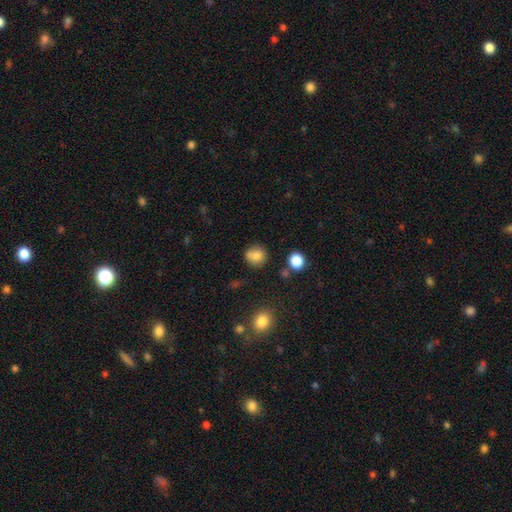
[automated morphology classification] A smooth galaxy with no disk features (79%) that is round (86%). Merging: none (67%).